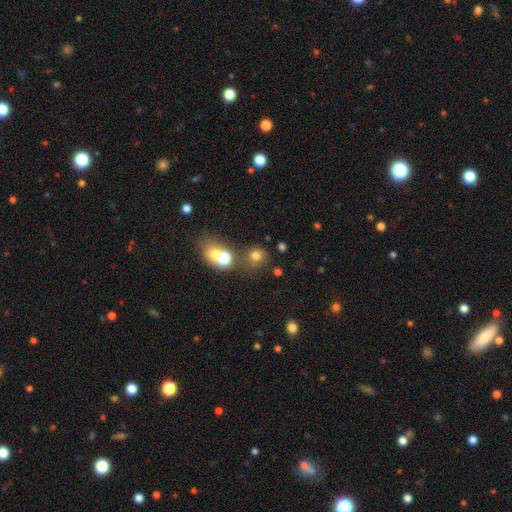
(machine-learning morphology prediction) Q: Smooth or featured?
A: smooth (69%); runner-up: star or artifact (20%)
Q: How rounded?
A: round (80%); runner-up: in between (19%)
Q: Merging?
A: none (55%); runner-up: merger (26%)